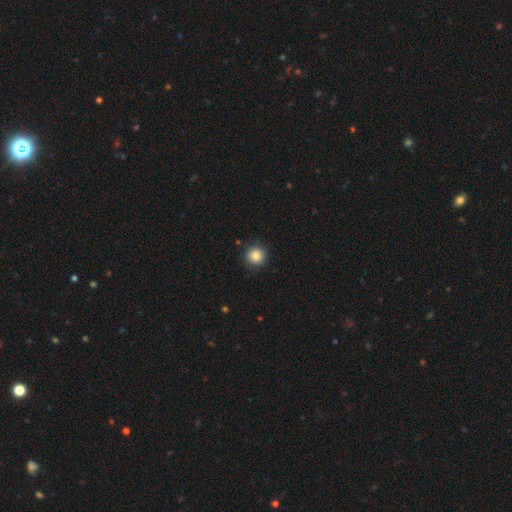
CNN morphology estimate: A smooth galaxy with no disk features (86%) that is round (94%).

Vote fractions:
- Smooth or featured? smooth: 86% / star or artifact: 10% / featured or disk: 4%
- How rounded? round: 94% / in between: 5% / cigar-shaped: 1%
- Merging? none: 88% / minor disturbance: 8% / major disturbance: 2% / merger: 1%